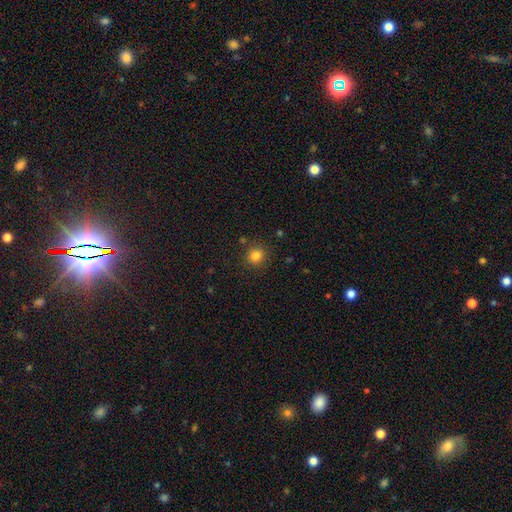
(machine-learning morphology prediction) Smooth or featured?
  - smooth: 82% *
  - star or artifact: 13%
  - featured or disk: 5%
How rounded?
  - round: 90% *
  - in between: 9%
  - cigar-shaped: 1%
Merging?
  - none: 87% *
  - minor disturbance: 8%
  - merger: 3%
  - major disturbance: 3%